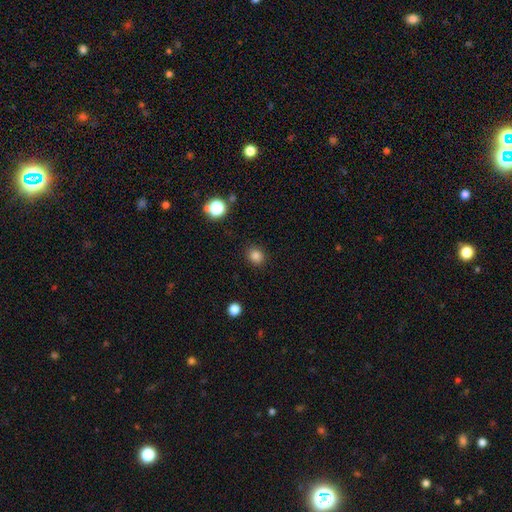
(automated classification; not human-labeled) smooth-or-featured: smooth: 84% | star or artifact: 12% | featured or disk: 4%
  how-rounded: round: 73% | in between: 26% | cigar-shaped: 1%
  merging: none: 89% | minor disturbance: 7% | major disturbance: 2% | merger: 1%